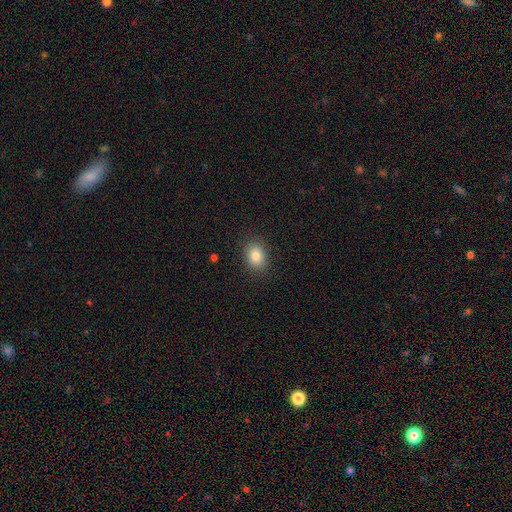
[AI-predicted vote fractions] Morphology: type=smooth (85%); roundness=in between (66%); merging=none (87%).